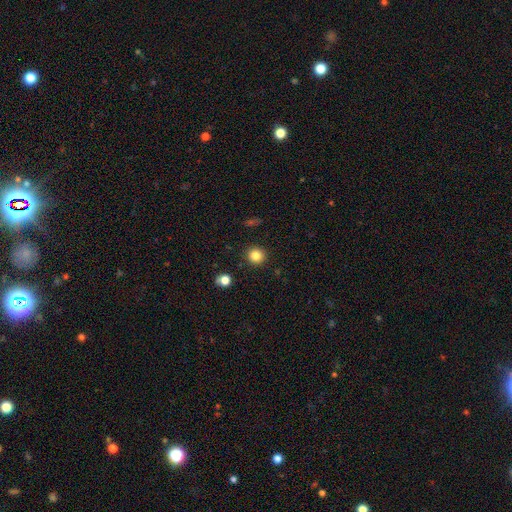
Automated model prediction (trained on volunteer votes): Q: Smooth or featured?
A: smooth (83%); runner-up: star or artifact (12%)
Q: How rounded?
A: round (93%); runner-up: in between (6%)
Q: Merging?
A: none (92%); runner-up: minor disturbance (5%)